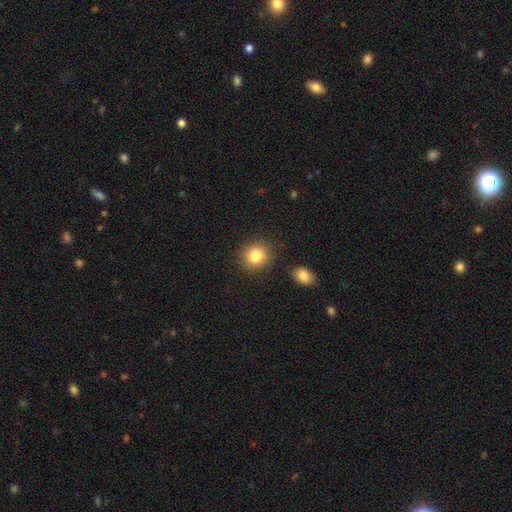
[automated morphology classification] Smooth or featured?
  - smooth: 83% *
  - star or artifact: 10%
  - featured or disk: 7%
How rounded?
  - round: 85% *
  - in between: 14%
  - cigar-shaped: 1%
Merging?
  - none: 87% *
  - minor disturbance: 7%
  - merger: 3%
  - major disturbance: 3%